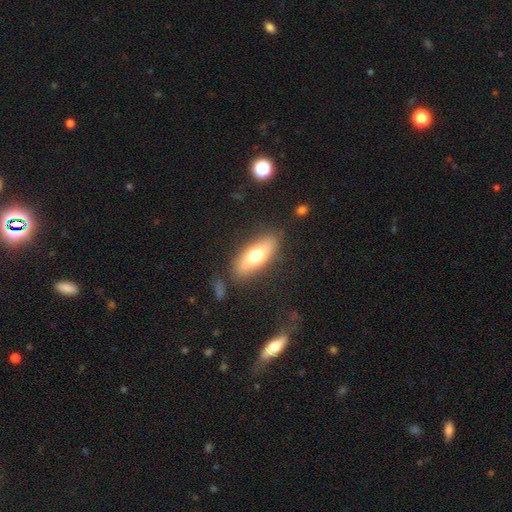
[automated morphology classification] Smooth or featured? smooth (61%)
How rounded? in between (71%)
Merging? none (77%)